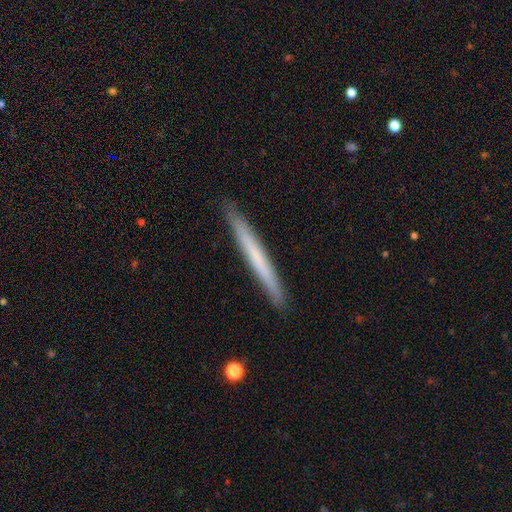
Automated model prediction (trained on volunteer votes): The model was most divided on "smooth or featured": smooth: 58%, featured or disk: 37%, star or artifact: 5%. More confident: how rounded — cigar-shaped (97%); merging — none (91%).